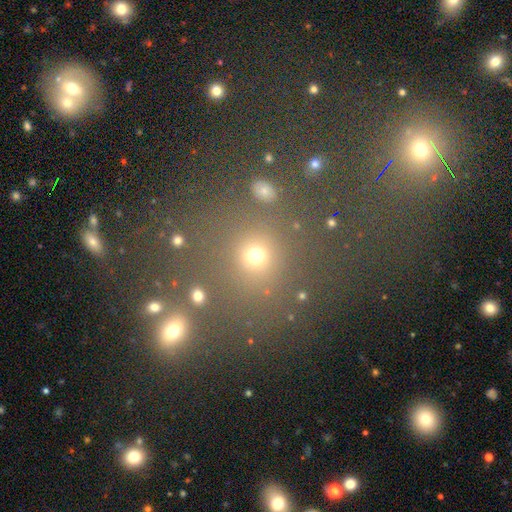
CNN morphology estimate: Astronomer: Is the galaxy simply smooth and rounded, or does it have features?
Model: smooth — 64%.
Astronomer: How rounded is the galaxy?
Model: round — 83%.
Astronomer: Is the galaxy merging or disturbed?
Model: none — 72%.